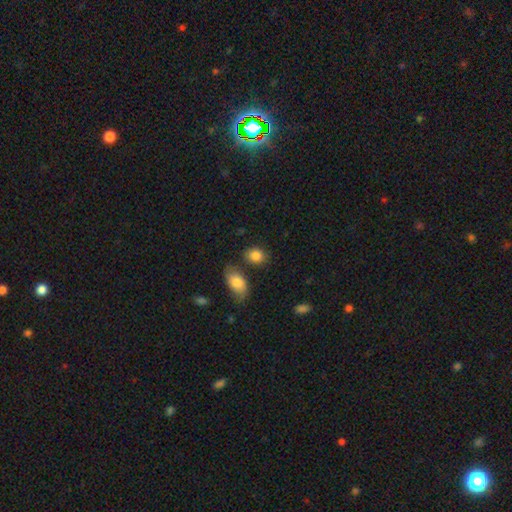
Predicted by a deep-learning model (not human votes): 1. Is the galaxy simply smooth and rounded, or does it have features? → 85% smooth, 8% star or artifact, 7% featured or disk.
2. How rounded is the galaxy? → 58% in between, 40% round, 1% cigar-shaped.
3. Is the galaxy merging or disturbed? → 71% none, 14% minor disturbance, 12% merger, 4% major disturbance.